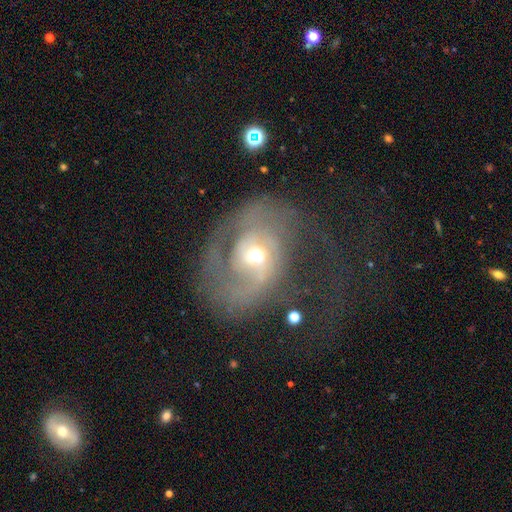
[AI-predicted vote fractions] Smooth or featured? Predicted: featured or disk (p=0.76). Edge-on disk? Predicted: no (p=0.97). Bar? Predicted: no (p=0.60). Spiral arms? Predicted: yes (p=0.84). Spiral winding? Predicted: medium (p=0.41). Spiral arm count? Predicted: 2 (p=0.41). Bulge size? Predicted: moderate (p=0.55). Merging? Predicted: none (p=0.40).